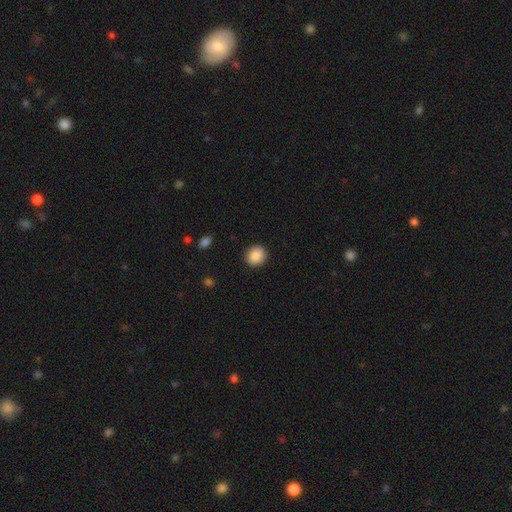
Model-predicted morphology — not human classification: smooth 88%, star or artifact 8%, featured or disk 3%. Down the decision tree: how rounded — round (85%); merging — none (91%).